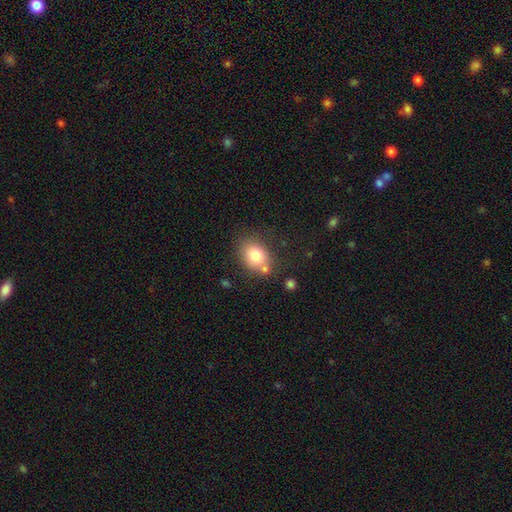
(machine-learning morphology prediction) smooth 78%, featured or disk 12%, star or artifact 10%. Down the decision tree: how rounded — in between (58%); merging — none (67%).